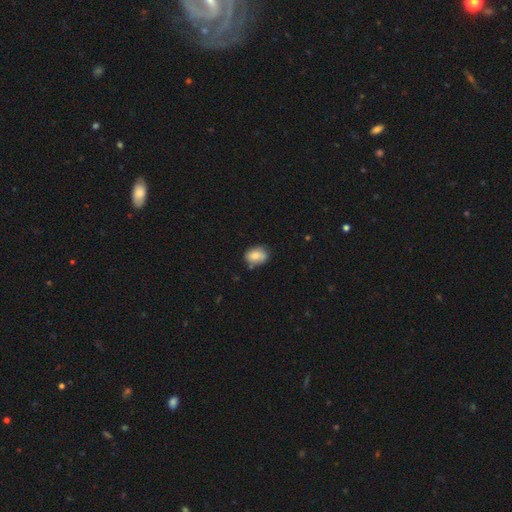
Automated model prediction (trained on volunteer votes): This is likely a smooth galaxy (79%). How rounded: likely in between (67%). Merging: likely none (71%).